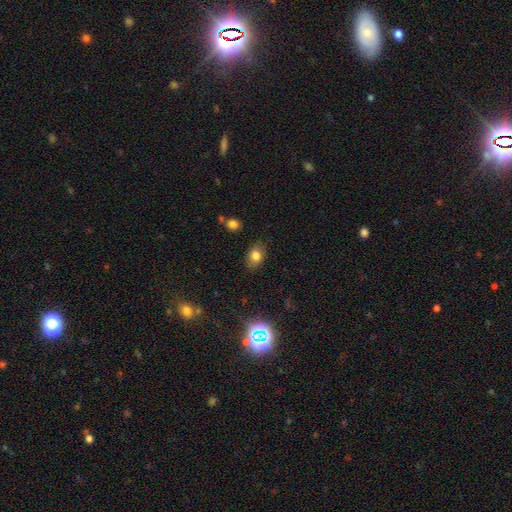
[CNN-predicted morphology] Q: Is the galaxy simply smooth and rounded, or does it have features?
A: smooth — 78%.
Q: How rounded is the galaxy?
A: in between — 78%.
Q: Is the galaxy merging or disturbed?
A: none — 81%.